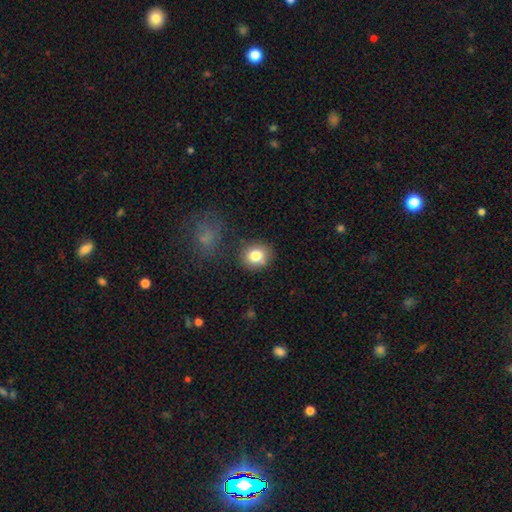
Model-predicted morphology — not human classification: A smooth galaxy with no disk features (80%) that is round (76%). Merging: none (82%).